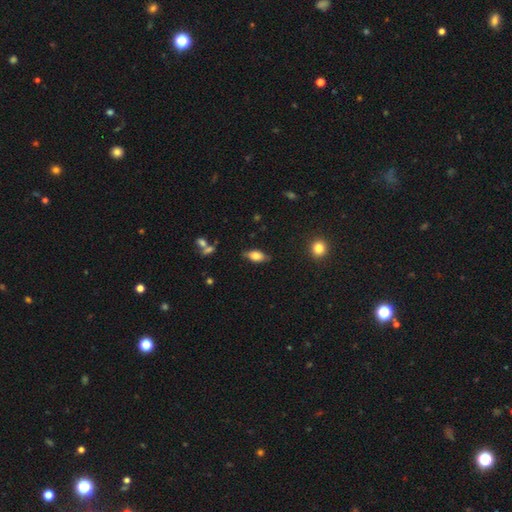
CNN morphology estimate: The model was most divided on "smooth or featured": smooth: 75%, featured or disk: 17%, star or artifact: 8%. More confident: how rounded — in between (87%); merging — none (77%).